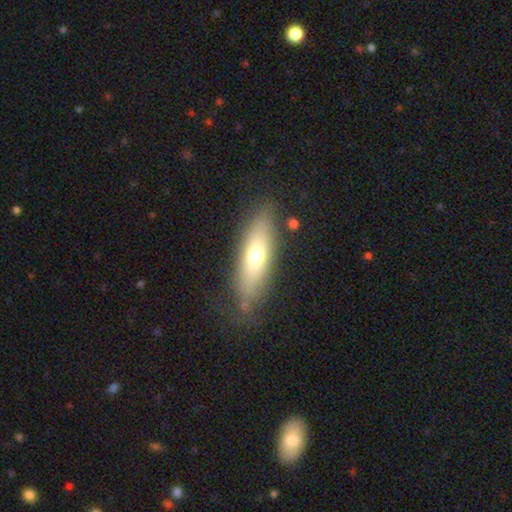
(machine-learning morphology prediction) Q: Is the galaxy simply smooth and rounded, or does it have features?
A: smooth — 62%.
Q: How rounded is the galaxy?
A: cigar-shaped — 50%.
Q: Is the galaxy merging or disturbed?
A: none — 77%.